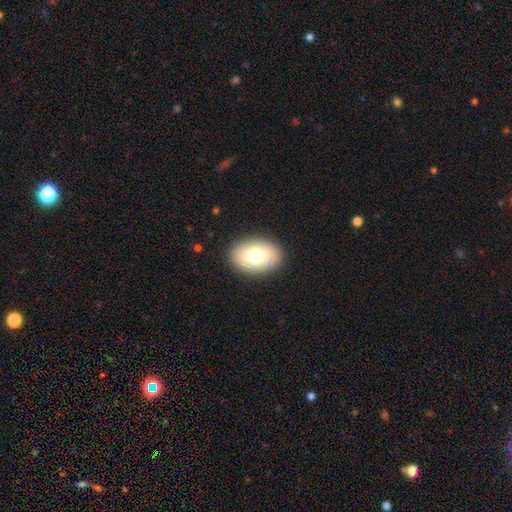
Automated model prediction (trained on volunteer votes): smooth 77%, featured or disk 15%, star or artifact 8%. Down the decision tree: how rounded — in between (85%); merging — none (89%).